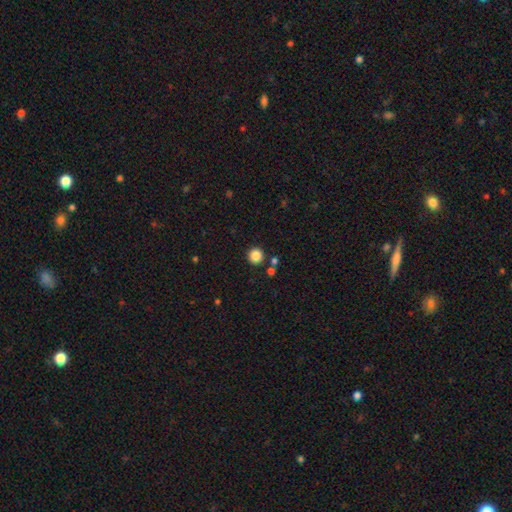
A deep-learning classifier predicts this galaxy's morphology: Smooth or featured: smooth — 86% (star or artifact — 11%)
How rounded: round — 95% (in between — 4%)
Merging: none — 87% (minor disturbance — 6%)